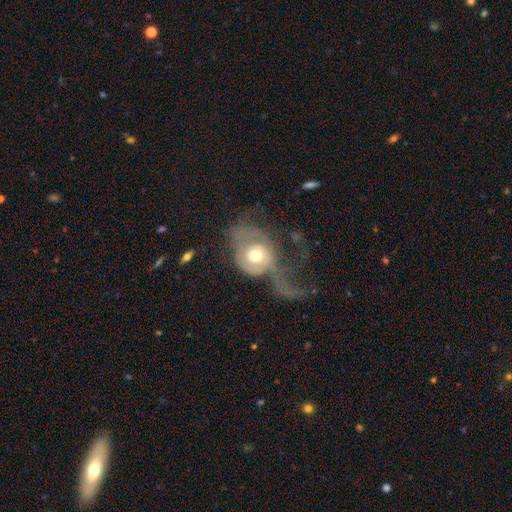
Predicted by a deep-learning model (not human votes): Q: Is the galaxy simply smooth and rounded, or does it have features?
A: featured or disk — 55%.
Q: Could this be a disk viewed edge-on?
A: no — 96%.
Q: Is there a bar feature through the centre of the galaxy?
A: no — 81%.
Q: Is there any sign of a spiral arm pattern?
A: no — 52%.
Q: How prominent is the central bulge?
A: moderate — 69%.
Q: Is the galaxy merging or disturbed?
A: major disturbance — 67%.